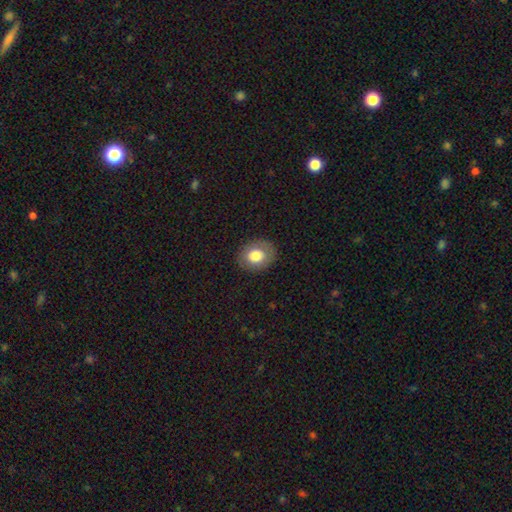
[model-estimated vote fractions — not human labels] A smooth galaxy with no disk features (77%) that is round (52%). Merging: none (86%).